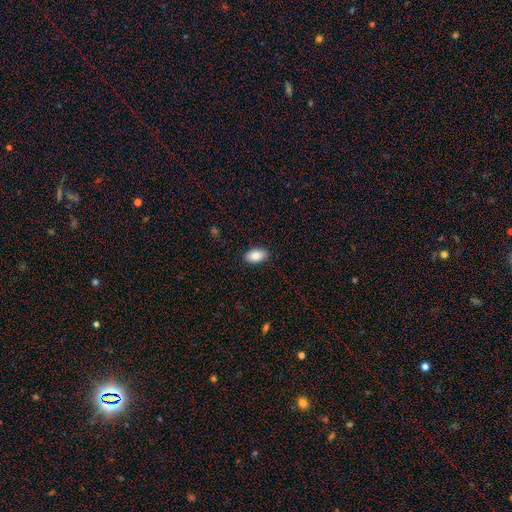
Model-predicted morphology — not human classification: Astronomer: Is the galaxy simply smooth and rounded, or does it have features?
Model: smooth — 86%.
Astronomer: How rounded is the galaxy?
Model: in between — 94%.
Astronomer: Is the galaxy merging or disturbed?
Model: none — 89%.